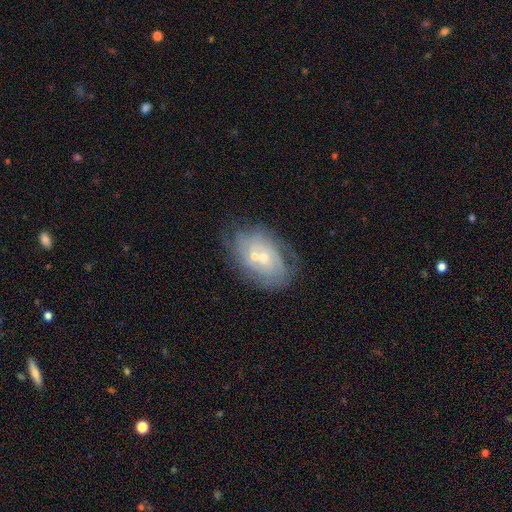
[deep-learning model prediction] A featured or disk galaxy (69%) with no bar (72%), tight (67%) spiral arms (77%) and a small central bulge (60%).

Vote fractions:
- Smooth or featured? featured or disk: 69% / smooth: 20% / star or artifact: 11%
- Edge-on disk? no: 95% / yes: 5%
- Bar? no: 72% / weak: 23% / strong: 5%
- Spiral arms? yes: 77% / no: 23%
- Spiral winding? tight: 67% / medium: 24% / loose: 9%
- Spiral arm count? can't tell: 54% / 2: 23% / 3: 9% / 4: 5% / 1: 5% / more than 4: 4%
- Bulge size? small: 60% / moderate: 36% / large: 2% / none: 1% / dominant: 1%
- Merging? none: 61% / minor disturbance: 20% / merger: 11% / major disturbance: 8%